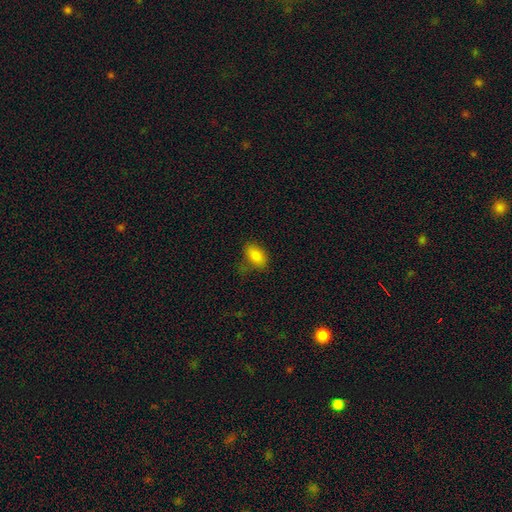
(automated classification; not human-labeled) This appears to be a smooth galaxy with no disk features (84%) that is in between round and cigar-shaped (90%). Merging: none (64%).